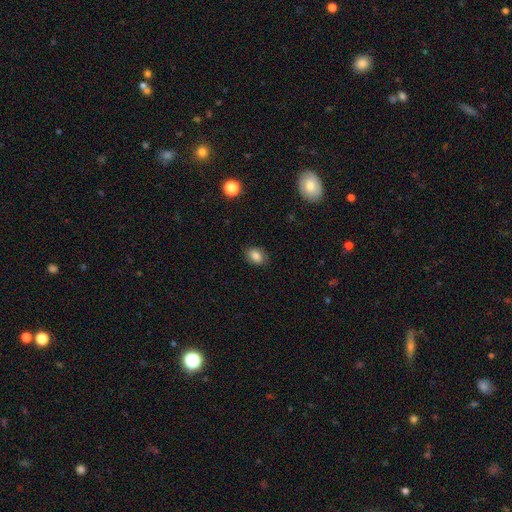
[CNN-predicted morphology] Smooth or featured? Predicted: smooth (p=0.83). How rounded? Predicted: in between (p=0.73). Merging? Predicted: none (p=0.84).